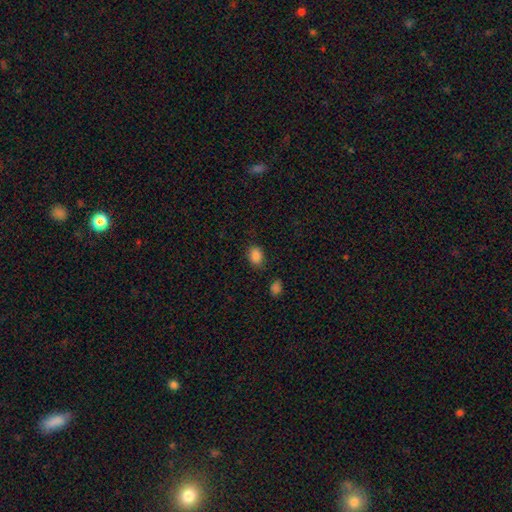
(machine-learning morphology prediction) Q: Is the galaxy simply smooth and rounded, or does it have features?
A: smooth — 85%.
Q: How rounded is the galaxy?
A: in between — 70%.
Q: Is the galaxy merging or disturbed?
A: none — 79%.